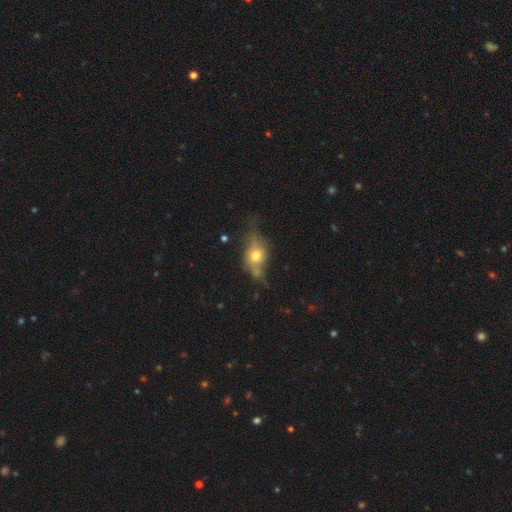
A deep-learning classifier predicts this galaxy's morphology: A smooth galaxy with no disk features (47%). Merging: none (47%).